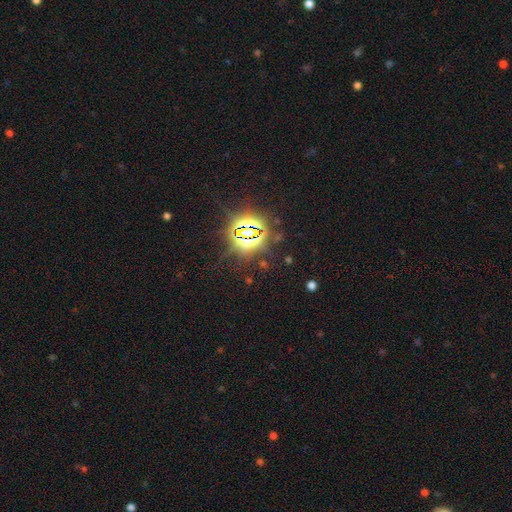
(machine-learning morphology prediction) smooth-or-featured: star or artifact: 84% | smooth: 9% | featured or disk: 7%